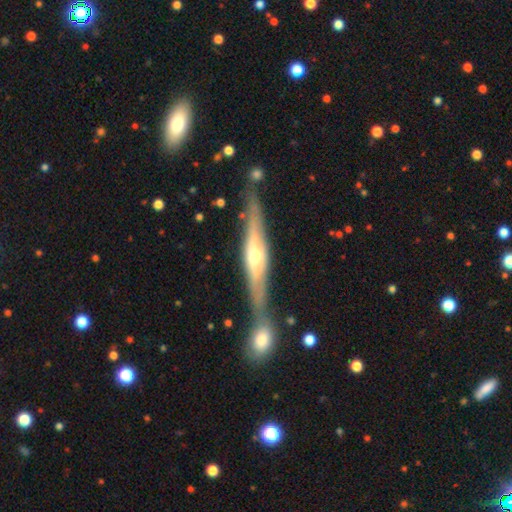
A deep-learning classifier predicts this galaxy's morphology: Overall: featured or disk (74%). Edge-on disk: yes (92%). Edge-on bulge: rounded (84%). Merging: none (64%).